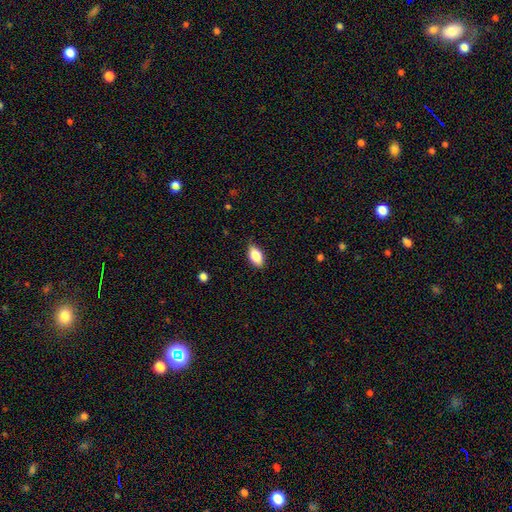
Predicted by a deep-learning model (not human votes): Smooth or featured? Predicted: smooth (p=0.85). How rounded? Predicted: in between (p=0.91). Merging? Predicted: none (p=0.81).